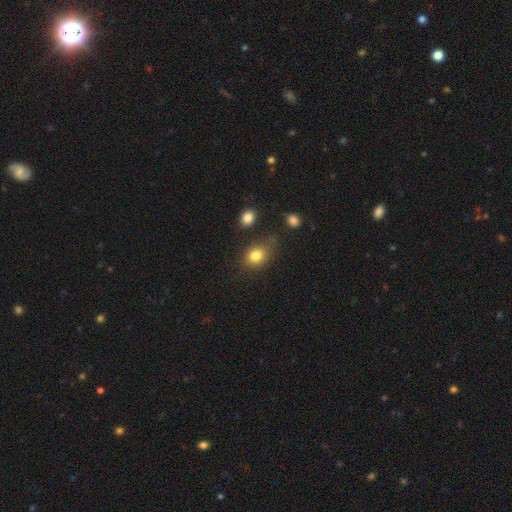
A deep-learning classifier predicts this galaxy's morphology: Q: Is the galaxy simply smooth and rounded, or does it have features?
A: smooth — 81%.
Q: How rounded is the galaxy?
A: in between — 56%.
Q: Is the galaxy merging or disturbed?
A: none — 66%.